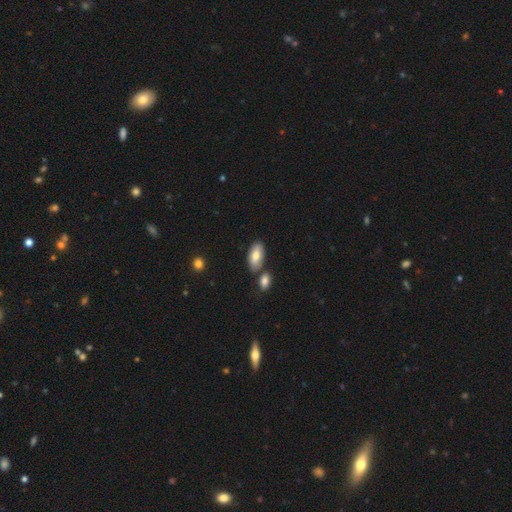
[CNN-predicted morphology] Smooth or featured?
  - smooth: 76% *
  - featured or disk: 18%
  - star or artifact: 6%
How rounded?
  - in between: 91% *
  - cigar-shaped: 6%
  - round: 2%
Merging?
  - none: 68% *
  - merger: 16%
  - minor disturbance: 13%
  - major disturbance: 3%